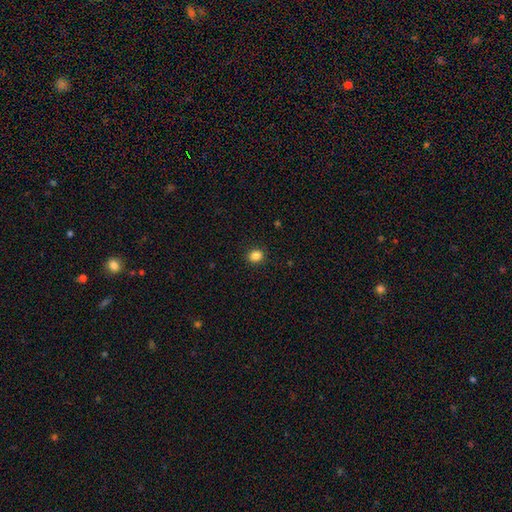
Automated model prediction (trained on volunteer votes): This is clearly a smooth galaxy (86%). How rounded: likely round (65%). Merging: clearly none (91%).